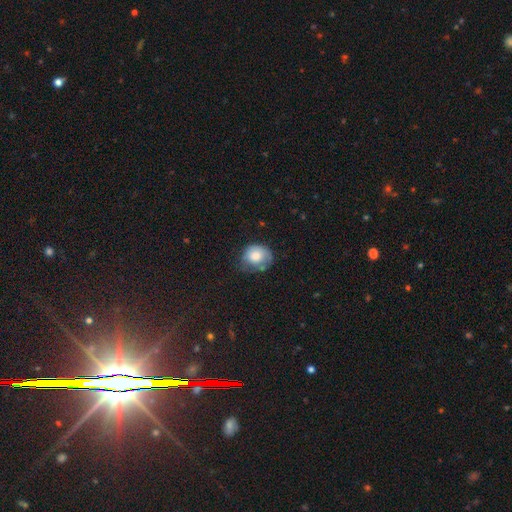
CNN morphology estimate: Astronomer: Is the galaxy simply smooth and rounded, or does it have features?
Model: smooth — 73%.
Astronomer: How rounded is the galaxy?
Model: round — 69%.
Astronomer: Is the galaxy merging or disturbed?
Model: none — 45% (runner-up: minor disturbance, 35%).